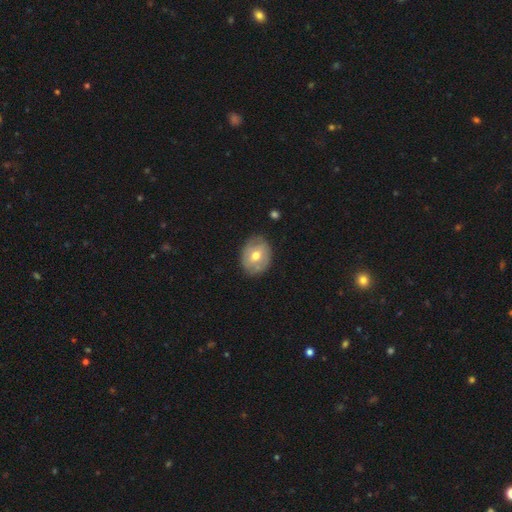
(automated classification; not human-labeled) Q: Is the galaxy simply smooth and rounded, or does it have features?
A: smooth — 49%.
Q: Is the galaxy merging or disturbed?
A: none — 75%.